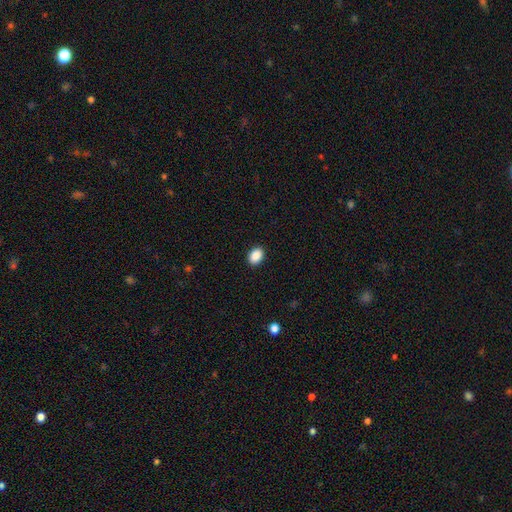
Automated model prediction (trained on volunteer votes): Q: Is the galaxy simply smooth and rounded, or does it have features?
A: smooth — 90%.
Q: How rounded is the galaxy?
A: in between — 74%.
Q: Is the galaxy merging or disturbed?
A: none — 91%.